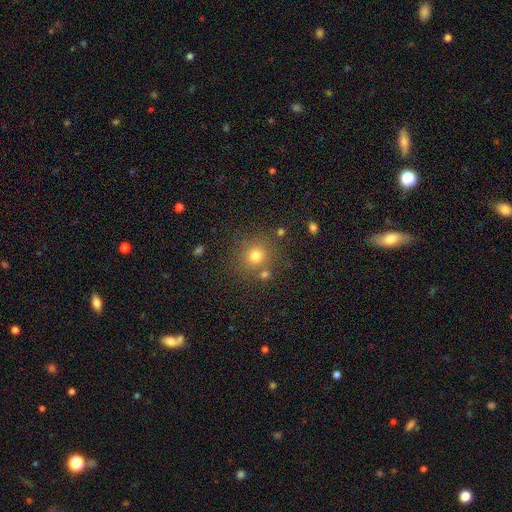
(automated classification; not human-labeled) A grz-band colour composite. It shows a smooth galaxy with no disk features (76%) that is round (90%). Merging: none (79%).